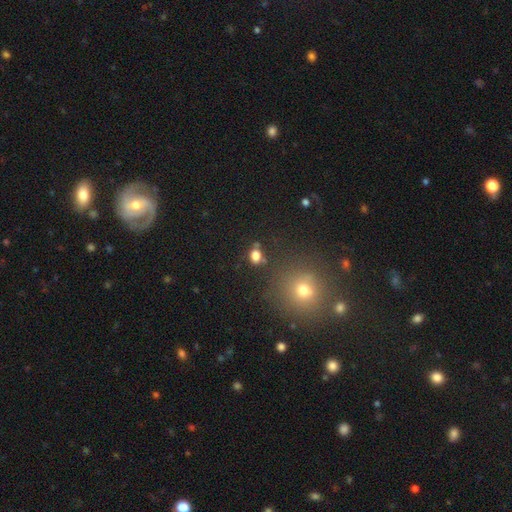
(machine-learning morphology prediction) A smooth galaxy with no disk features (78%) that is in between round and cigar-shaped (57%). Merging: none (72%).